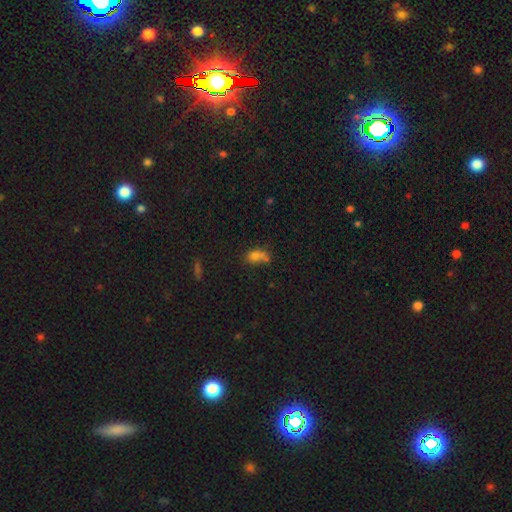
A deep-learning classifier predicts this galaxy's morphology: Q: Smooth or featured?
A: smooth (73%); runner-up: star or artifact (15%)
Q: How rounded?
A: in between (73%); runner-up: round (21%)
Q: Merging?
A: none (35%); runner-up: merger (28%)